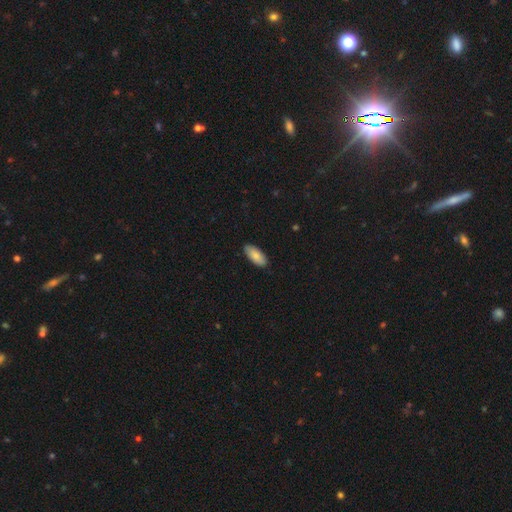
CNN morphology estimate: Smooth or featured: smooth — 85% (featured or disk — 10%)
How rounded: in between — 87% (cigar-shaped — 11%)
Merging: none — 88% (minor disturbance — 10%)